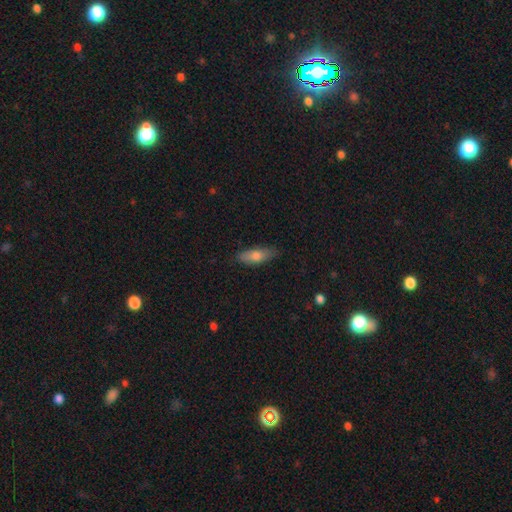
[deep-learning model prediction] Smooth or featured?
  - smooth: 71% *
  - featured or disk: 22%
  - star or artifact: 7%
How rounded?
  - in between: 60% *
  - cigar-shaped: 38%
  - round: 3%
Merging?
  - none: 84% *
  - minor disturbance: 13%
  - major disturbance: 2%
  - merger: 1%